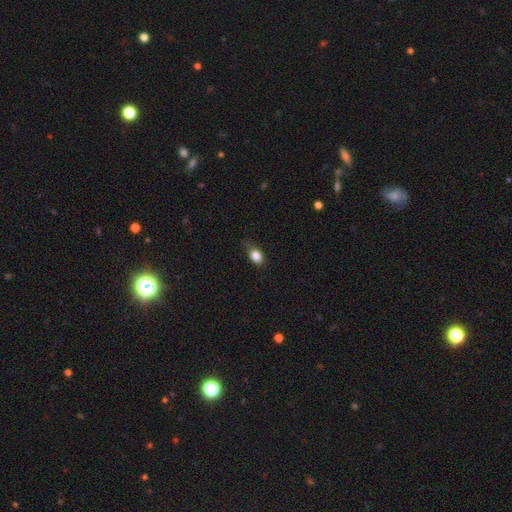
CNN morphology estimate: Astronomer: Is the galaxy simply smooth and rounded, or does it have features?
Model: smooth — 84%.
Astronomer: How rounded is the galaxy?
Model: in between — 70%.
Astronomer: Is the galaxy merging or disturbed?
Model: none — 61%.